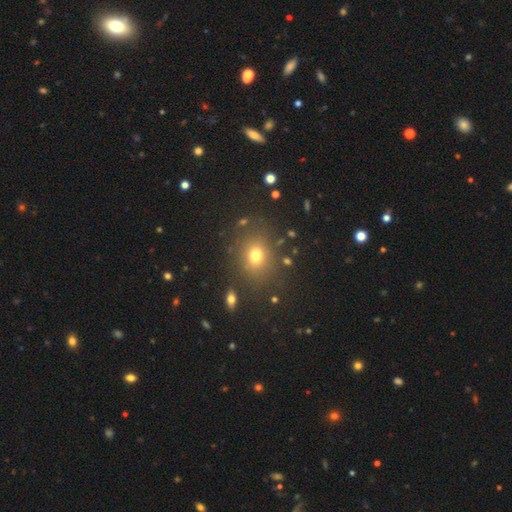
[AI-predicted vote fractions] Morphology: type=smooth (73%); roundness=round (57%); merging=none (81%).